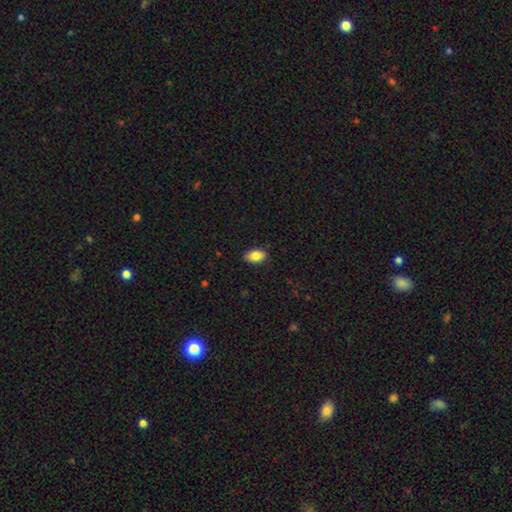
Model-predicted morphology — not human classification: Smooth or featured? smooth (87%)
How rounded? in between (90%)
Merging? none (87%)